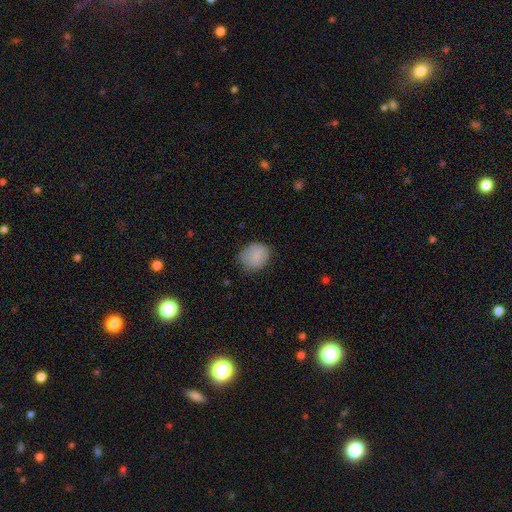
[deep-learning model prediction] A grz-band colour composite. It shows a smooth galaxy with no disk features (82%) that is round (63%). Merging: none (73%).